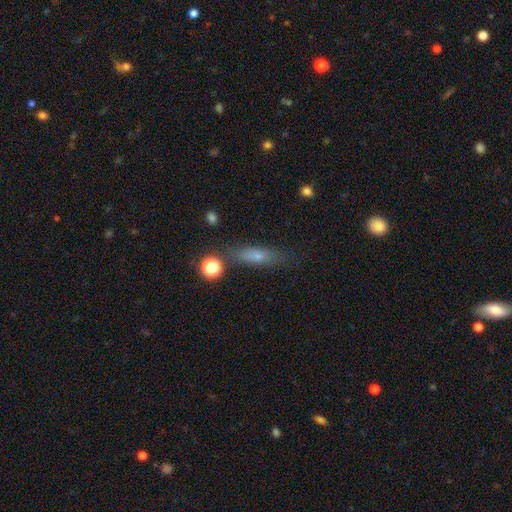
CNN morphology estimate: smooth-or-featured: smooth: 68% | featured or disk: 20% | star or artifact: 12%
  how-rounded: cigar-shaped: 56% | in between: 38% | round: 5%
  merging: none: 74% | minor disturbance: 16% | major disturbance: 6% | merger: 5%